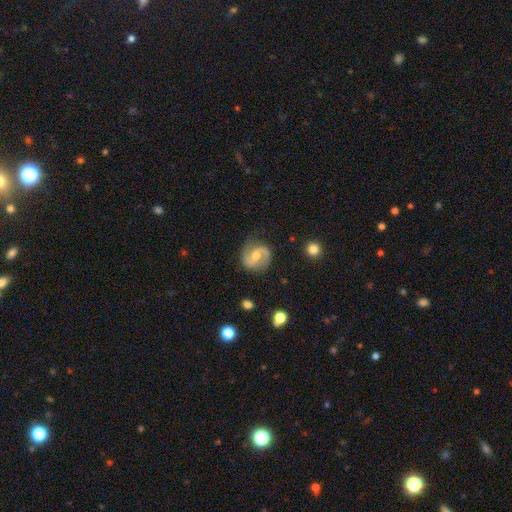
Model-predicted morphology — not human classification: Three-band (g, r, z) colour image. It shows a featured or disk galaxy (81%) with a weak bar (45%), 2 (90%) medium (48%) spiral arms (95%) and a moderate central bulge (60%). Merging: none (80%).